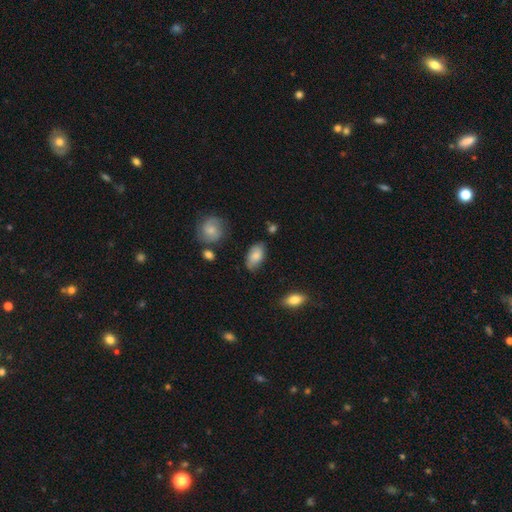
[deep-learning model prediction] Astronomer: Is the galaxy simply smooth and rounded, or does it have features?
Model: smooth — 76%.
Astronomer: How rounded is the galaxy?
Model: in between — 93%.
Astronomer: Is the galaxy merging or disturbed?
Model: none — 72%.